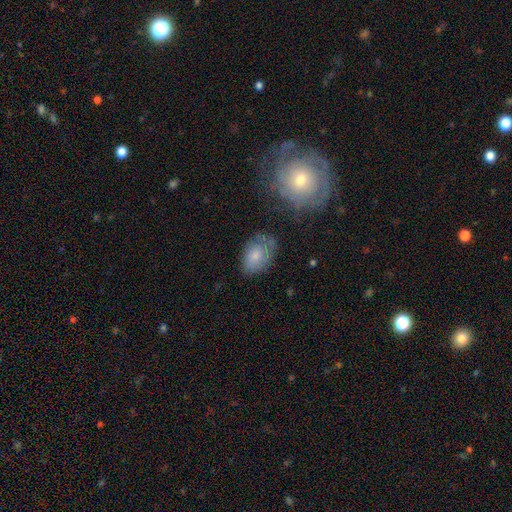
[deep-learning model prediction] A smooth galaxy with no disk features (69%) that is in between round and cigar-shaped (85%).

Vote fractions:
- Smooth or featured? smooth: 69% / featured or disk: 23% / star or artifact: 8%
- How rounded? in between: 85% / round: 14% / cigar-shaped: 1%
- Merging? none: 57% / minor disturbance: 28% / major disturbance: 11% / merger: 4%